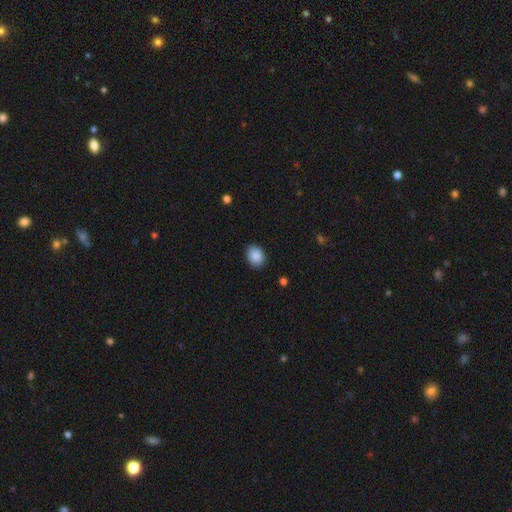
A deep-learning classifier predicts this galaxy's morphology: Smooth or featured: smooth — 89% (star or artifact — 8%)
How rounded: in between — 62% (round — 37%)
Merging: none — 89% (minor disturbance — 8%)